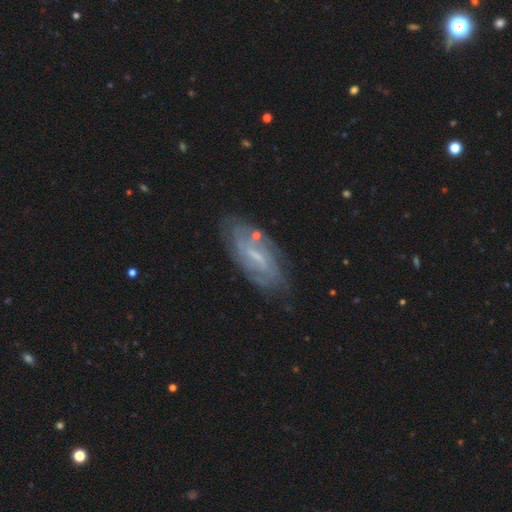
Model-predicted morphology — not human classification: smooth-or-featured: featured or disk: 75% | smooth: 17% | star or artifact: 8%
  disk-edge-on: no: 90% | yes: 10%
    bar: weak: 55% | no: 26% | strong: 19%
    has-spiral-arms: yes: 86% | no: 14%
      spiral-winding: tight: 46% | medium: 37% | loose: 17%
      spiral-arm-count: can't tell: 44% | 2: 36% | 3: 9% | 4: 5% | 1: 4% | more than 4: 3%
    bulge-size: small: 59% | moderate: 21% | none: 18% | large: 1% | dominant: 1%
  merging: none: 74% | minor disturbance: 17% | major disturbance: 6% | merger: 4%